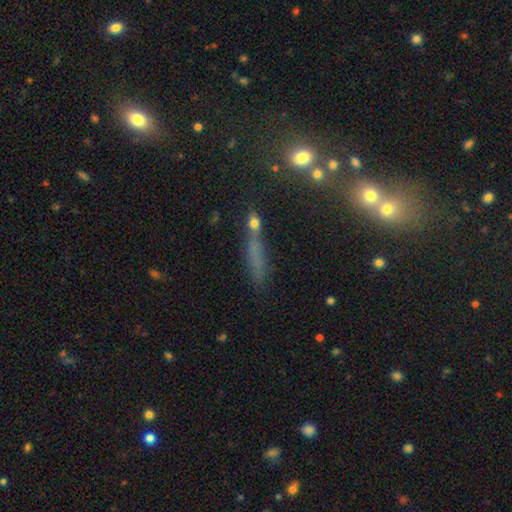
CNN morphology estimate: smooth_or_featured: smooth (p=0.58) [alt: featured or disk p=0.23]
how_rounded: cigar-shaped (p=0.82) [alt: in between p=0.13]
merging: none (p=0.60) [alt: minor disturbance p=0.19]